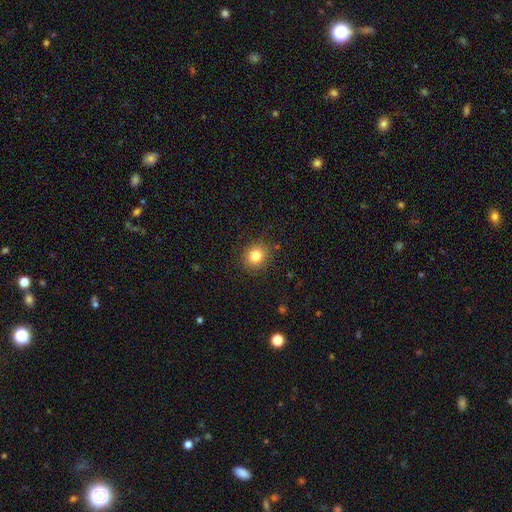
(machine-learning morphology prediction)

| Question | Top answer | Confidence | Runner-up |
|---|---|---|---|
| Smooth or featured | smooth | 82% | star or artifact (12%) |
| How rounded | round | 82% | in between (17%) |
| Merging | none | 89% | minor disturbance (8%) |